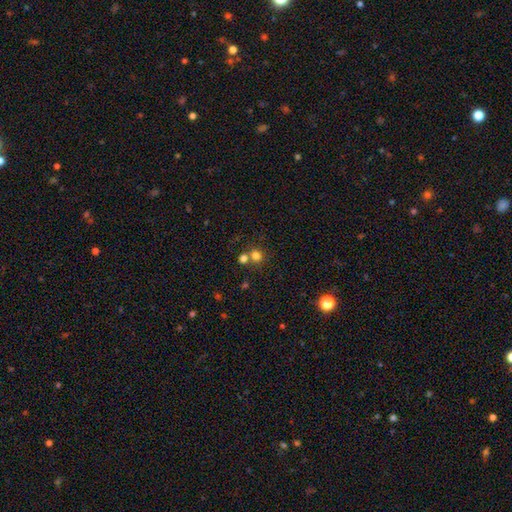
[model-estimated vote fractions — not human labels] Smooth or featured? Predicted: smooth (p=0.76). How rounded? Predicted: round (p=0.85). Merging? Predicted: none (p=0.55).